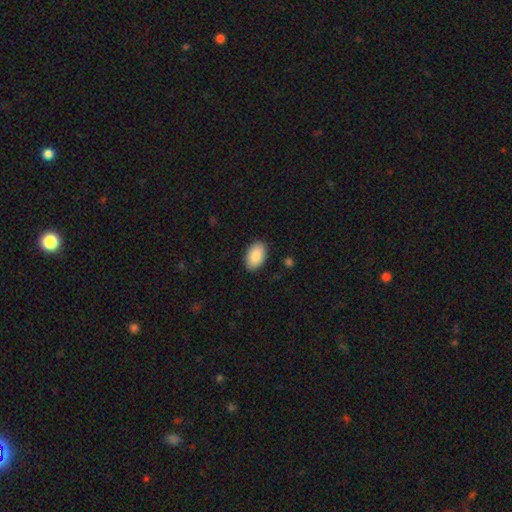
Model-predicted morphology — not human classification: Smooth or featured: smooth — 88% (star or artifact — 6%)
How rounded: in between — 94% (round — 5%)
Merging: none — 89% (minor disturbance — 8%)